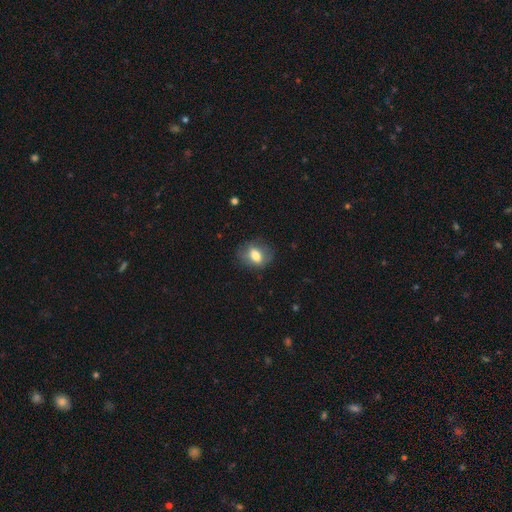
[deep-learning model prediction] This is likely a smooth galaxy (68%). How rounded: likely in between (63%). Merging: likely none (76%).